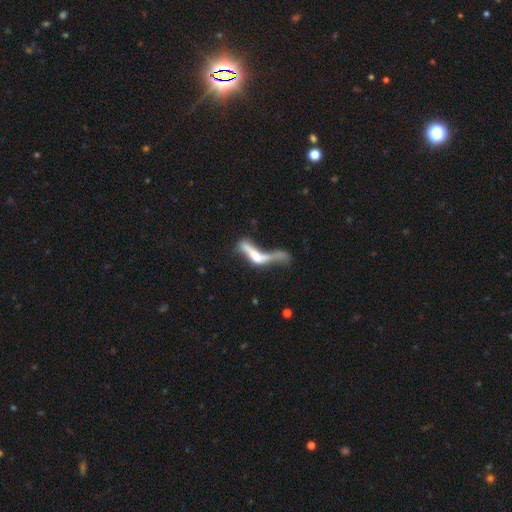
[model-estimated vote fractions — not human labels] Morphology: type=featured or disk (50%); merging=merger (40%).